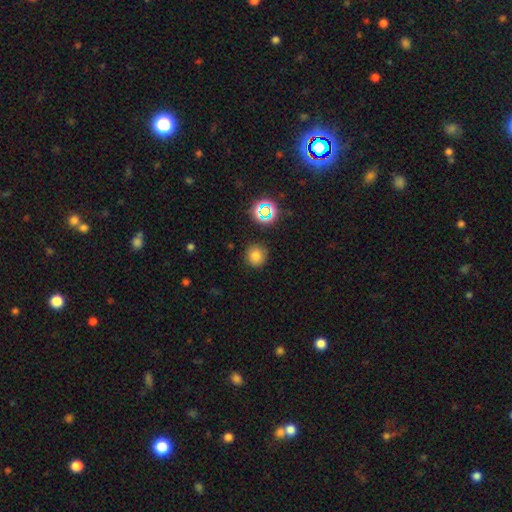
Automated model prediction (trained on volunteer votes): Smooth or featured: smooth — 76% (star or artifact — 18%)
How rounded: round — 93% (in between — 6%)
Merging: none — 87% (minor disturbance — 9%)